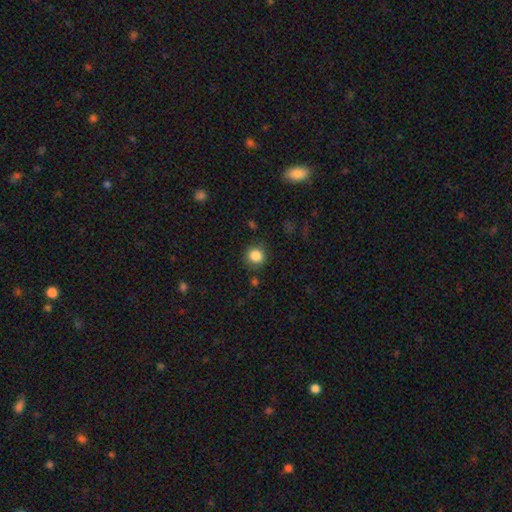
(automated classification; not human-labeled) smooth_or_featured: smooth (p=0.85) [alt: star or artifact p=0.11]
how_rounded: round (p=0.91) [alt: in between p=0.08]
merging: none (p=0.86) [alt: minor disturbance p=0.09]